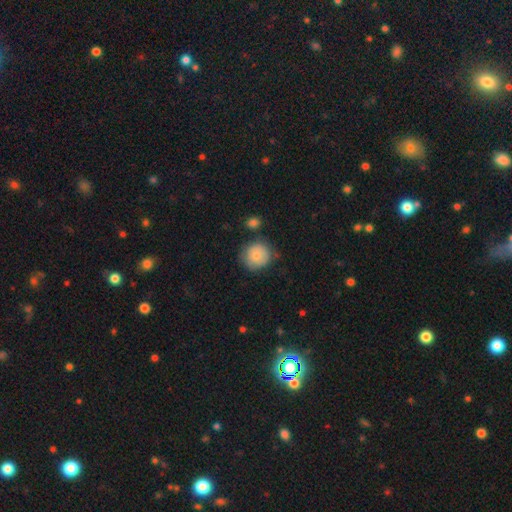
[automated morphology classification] This is likely a smooth galaxy (78%). How rounded: clearly round (90%). Merging: likely none (70%).